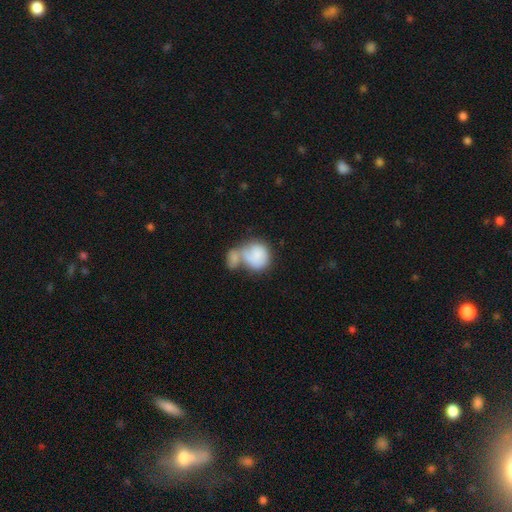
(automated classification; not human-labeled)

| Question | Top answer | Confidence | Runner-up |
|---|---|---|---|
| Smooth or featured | smooth | 76% | featured or disk (17%) |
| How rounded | round | 64% | in between (35%) |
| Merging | merger | 65% | none (16%) |